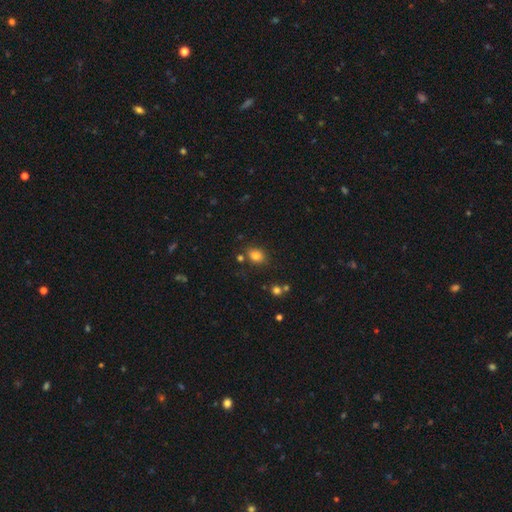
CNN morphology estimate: Smooth or featured? Predicted: smooth (p=0.80). How rounded? Predicted: in between (p=0.56). Merging? Predicted: none (p=0.77).